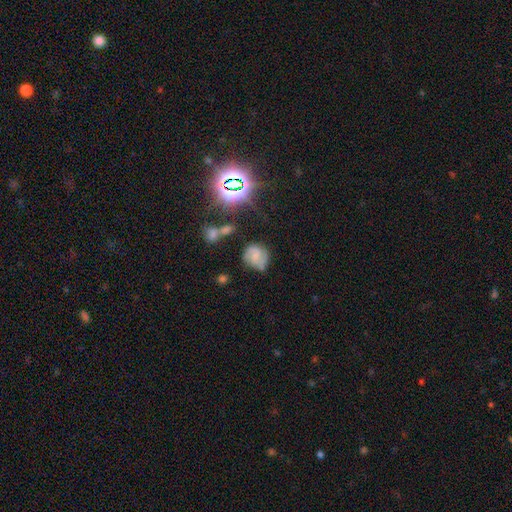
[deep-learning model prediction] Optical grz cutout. It shows a featured or disk galaxy (45%). Merging: none (63%).